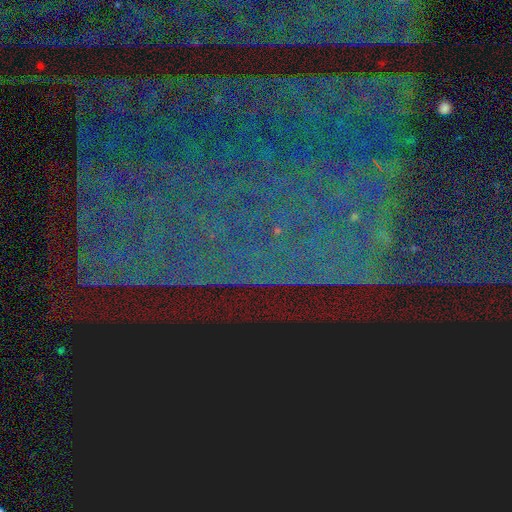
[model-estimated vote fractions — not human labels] smooth-or-featured: star or artifact: 88% | featured or disk: 6% | smooth: 5%